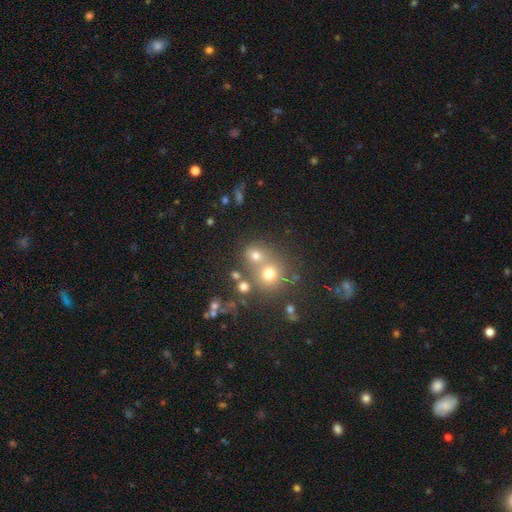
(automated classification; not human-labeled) A smooth galaxy with no disk features (69%) that is round (77%).

Vote fractions:
- Smooth or featured? smooth: 69% / star or artifact: 20% / featured or disk: 11%
- How rounded? round: 77% / in between: 22% / cigar-shaped: 1%
- Merging? none: 50% / merger: 38% / minor disturbance: 8% / major disturbance: 4%